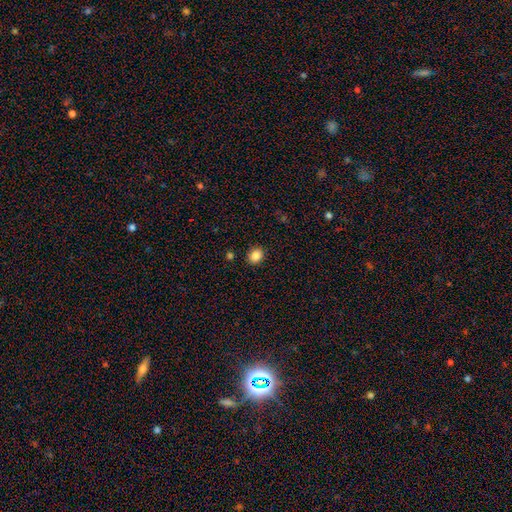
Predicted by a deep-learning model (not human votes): The model was most divided on "how rounded": round: 60%, in between: 39%, cigar-shaped: 1%. More confident: merging — none (89%); smooth or featured — smooth (86%).